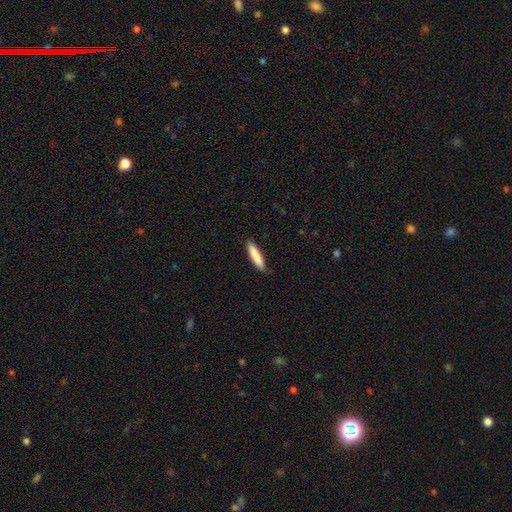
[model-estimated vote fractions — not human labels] smooth 86%, featured or disk 9%, star or artifact 6%. Down the decision tree: how rounded — cigar-shaped (83%); merging — none (86%).